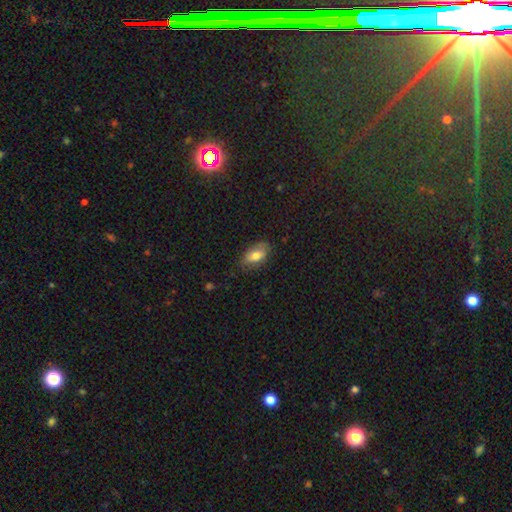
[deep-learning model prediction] Smooth or featured? smooth (73%)
How rounded? in between (91%)
Merging? none (75%)